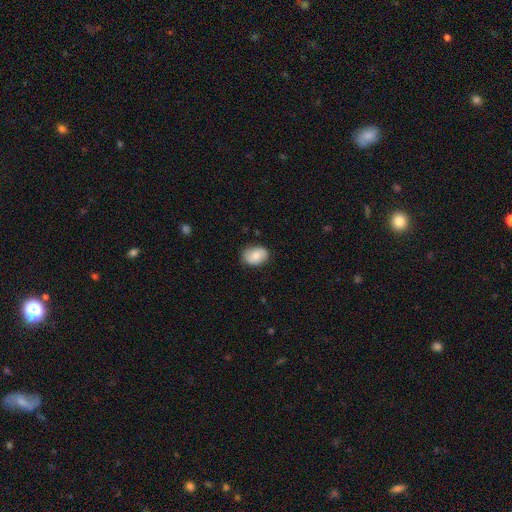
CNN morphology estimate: Smooth or featured?
  - smooth: 74% *
  - featured or disk: 19%
  - star or artifact: 7%
How rounded?
  - in between: 76% *
  - round: 23%
  - cigar-shaped: 1%
Merging?
  - none: 77% *
  - minor disturbance: 18%
  - major disturbance: 4%
  - merger: 1%